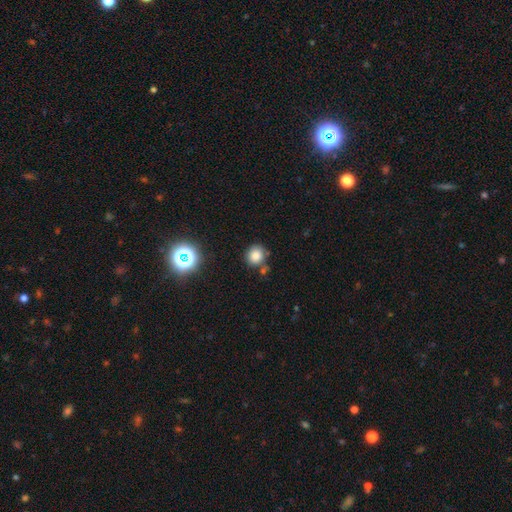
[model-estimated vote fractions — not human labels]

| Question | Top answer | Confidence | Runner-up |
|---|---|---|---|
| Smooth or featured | smooth | 80% | star or artifact (14%) |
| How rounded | round | 86% | in between (13%) |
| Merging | none | 74% | minor disturbance (13%) |